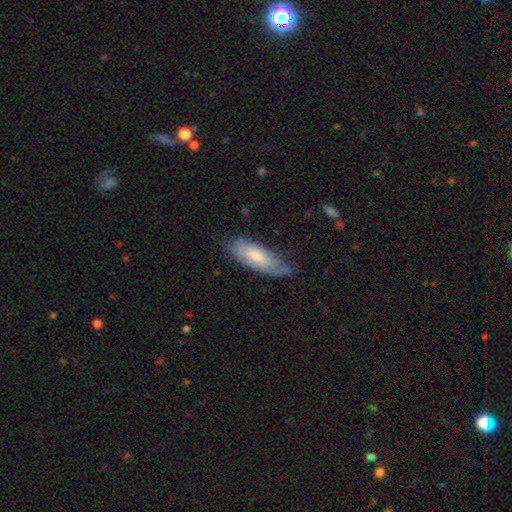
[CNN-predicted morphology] Smooth or featured? smooth (73%)
How rounded? in between (64%)
Merging? none (66%)